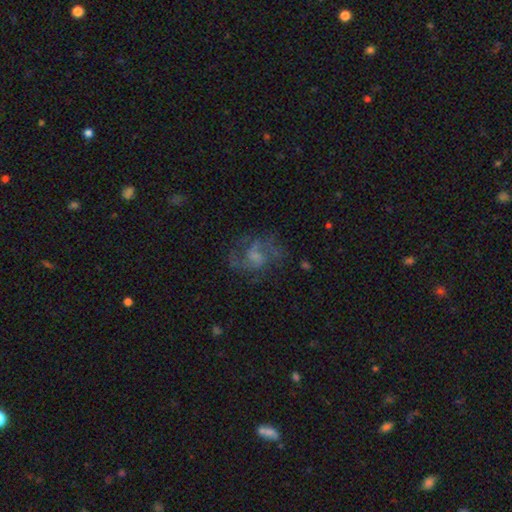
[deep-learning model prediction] This appears to be a featured or disk galaxy (71%) with no bar (48%), 2 (64%) medium (50%) spiral arms (86%) and a small central bulge (40%). Merging: none (62%).